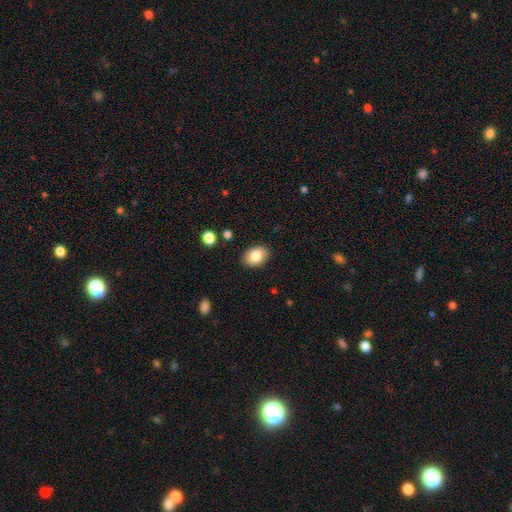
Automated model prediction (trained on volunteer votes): A smooth galaxy with no disk features (84%) that is in between round and cigar-shaped (81%).

Vote fractions:
- Smooth or featured? smooth: 84% / featured or disk: 8% / star or artifact: 8%
- How rounded? in between: 81% / round: 18% / cigar-shaped: 1%
- Merging? none: 87% / minor disturbance: 10% / major disturbance: 2% / merger: 1%